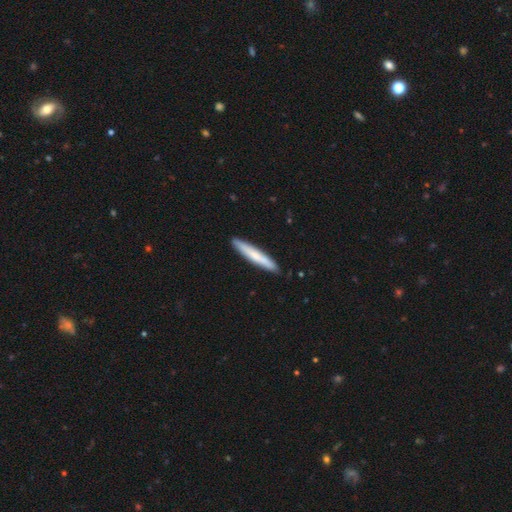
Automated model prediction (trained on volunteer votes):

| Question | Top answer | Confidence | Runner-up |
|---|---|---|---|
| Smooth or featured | smooth | 67% | featured or disk (28%) |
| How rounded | cigar-shaped | 95% | in between (4%) |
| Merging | none | 90% | minor disturbance (7%) |